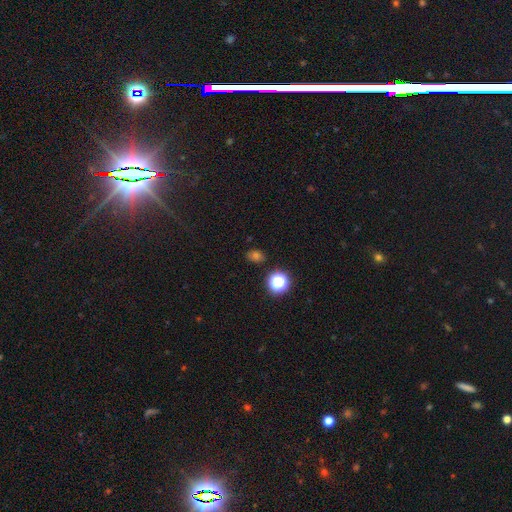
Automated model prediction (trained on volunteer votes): This is possibly a smooth galaxy (55%). How rounded: possibly round (54%). Merging: clearly none (83%).